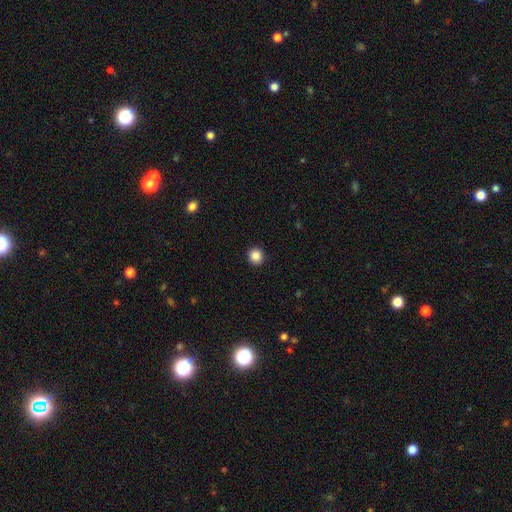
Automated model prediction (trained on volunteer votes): Smooth or featured? smooth (86%)
How rounded? round (92%)
Merging? none (93%)